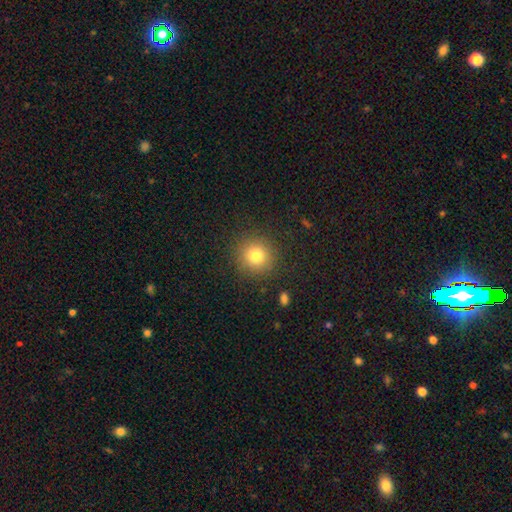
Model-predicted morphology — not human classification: A smooth galaxy with no disk features (80%) that is round (93%).

Vote fractions:
- Smooth or featured? smooth: 80% / star or artifact: 12% / featured or disk: 8%
- How rounded? round: 93% / in between: 7% / cigar-shaped: 1%
- Merging? none: 89% / minor disturbance: 7% / major disturbance: 3% / merger: 1%